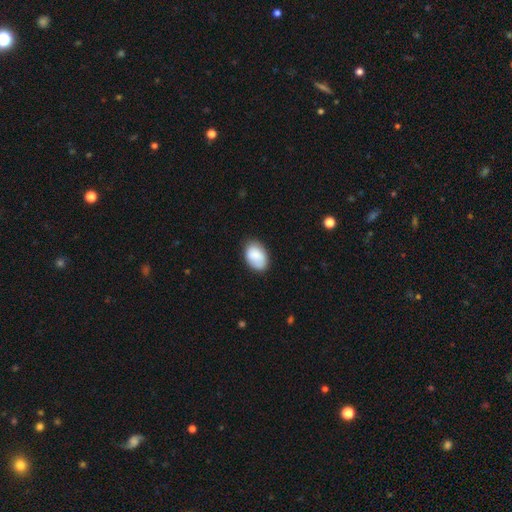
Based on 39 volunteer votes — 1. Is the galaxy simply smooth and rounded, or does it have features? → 82% smooth, 13% featured or disk, 5% star or artifact.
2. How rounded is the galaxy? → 84% in between, 16% round, 0% cigar-shaped.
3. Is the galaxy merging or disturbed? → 76% none, 16% minor disturbance, 5% major disturbance, 3% merger.